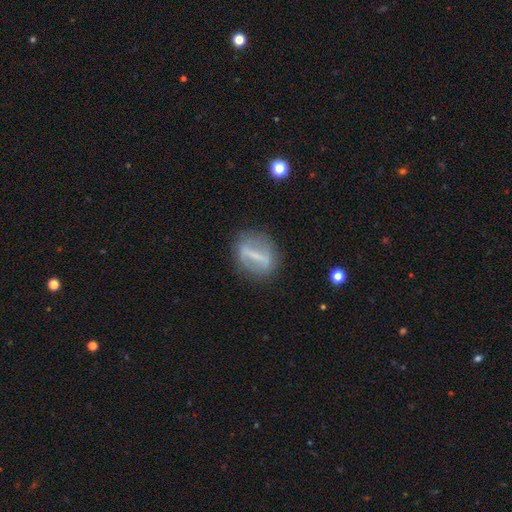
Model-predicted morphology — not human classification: Q: Smooth or featured?
A: featured or disk (64%); runner-up: smooth (27%)
Q: Edge-on disk?
A: no (84%); runner-up: yes (16%)
Q: Bar?
A: strong (79%); runner-up: weak (15%)
Q: Spiral arms?
A: no (74%); runner-up: yes (26%)
Q: Bulge size?
A: none (41%); runner-up: small (39%)
Q: Merging?
A: none (80%); runner-up: minor disturbance (12%)